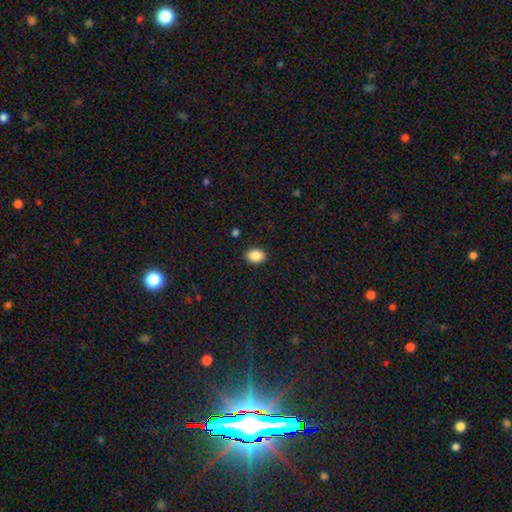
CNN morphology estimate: The model was most divided on "how rounded": in between: 76%, round: 23%, cigar-shaped: 1%. More confident: merging — none (89%); smooth or featured — smooth (88%).